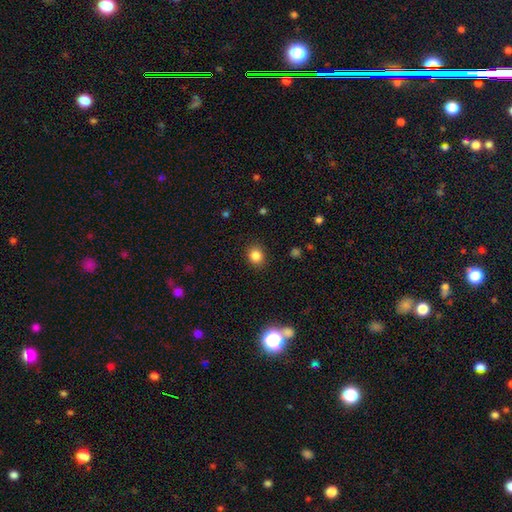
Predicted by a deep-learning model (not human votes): smooth_or_featured: smooth (p=0.85) [alt: star or artifact p=0.11]
how_rounded: round (p=0.71) [alt: in between p=0.29]
merging: none (p=0.88) [alt: minor disturbance p=0.08]